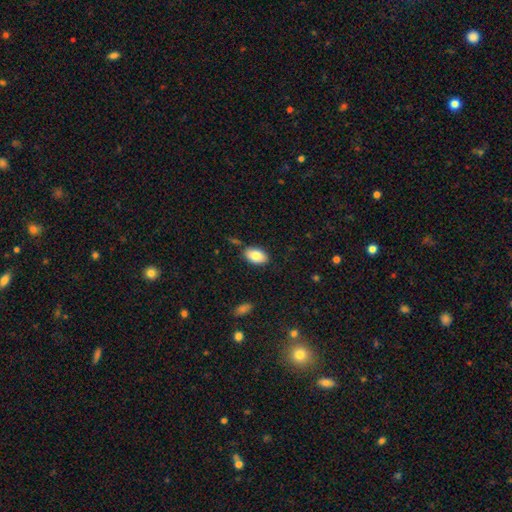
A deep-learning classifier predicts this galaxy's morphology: type=smooth (83%); roundness=in between (93%); merging=none (82%).